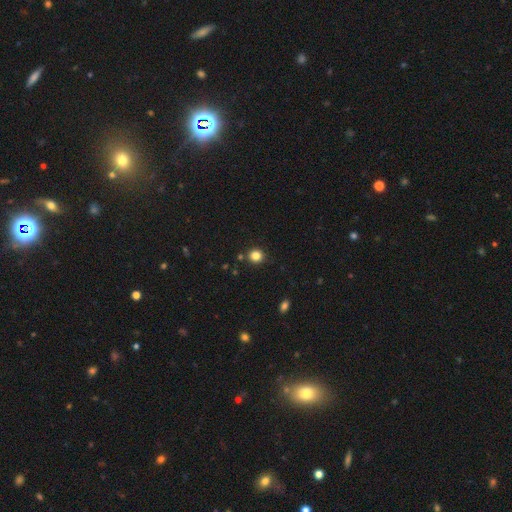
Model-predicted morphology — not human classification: smooth-or-featured: smooth: 83% | star or artifact: 13% | featured or disk: 4%
  how-rounded: round: 89% | in between: 10% | cigar-shaped: 1%
  merging: none: 88% | minor disturbance: 7% | merger: 3% | major disturbance: 2%